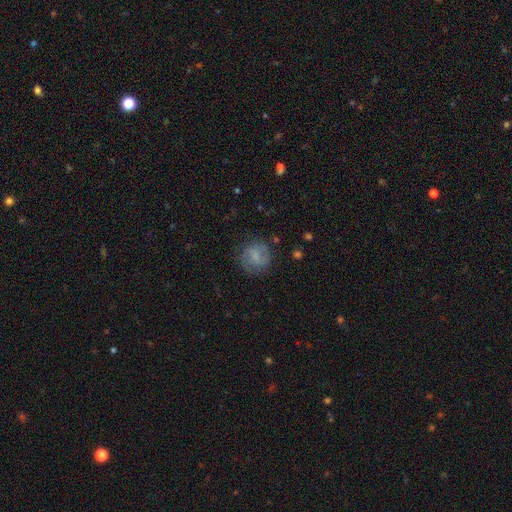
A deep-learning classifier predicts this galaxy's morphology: This is possibly a smooth galaxy (59%). How rounded: clearly round (86%). Merging: likely none (73%).